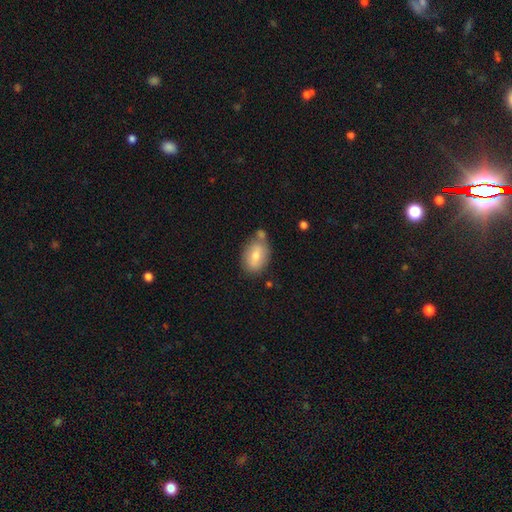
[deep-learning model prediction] This is likely a smooth galaxy (73%). How rounded: clearly in between (83%). Merging: likely none (62%).